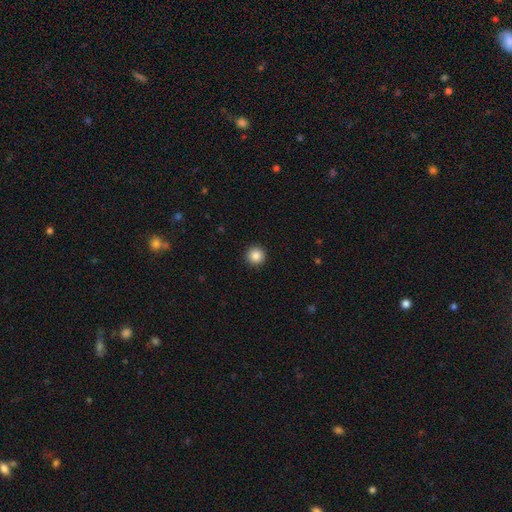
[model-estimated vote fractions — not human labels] smooth_or_featured: smooth (p=0.87) [alt: star or artifact p=0.10]
how_rounded: round (p=0.96) [alt: in between p=0.03]
merging: none (p=0.93) [alt: minor disturbance p=0.04]